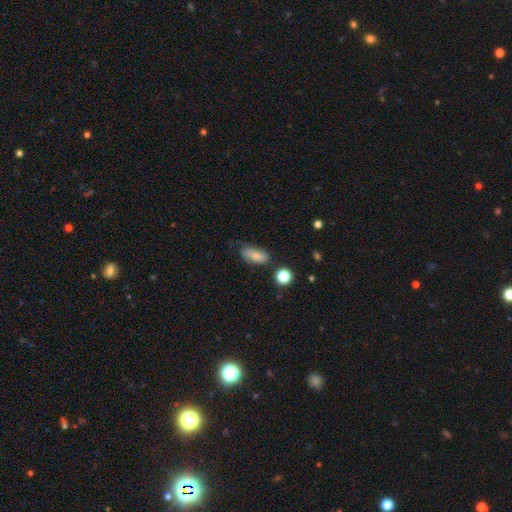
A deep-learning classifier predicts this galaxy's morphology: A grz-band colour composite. It shows a smooth galaxy with no disk features (72%) that is in between round and cigar-shaped (83%). Merging: none (61%).